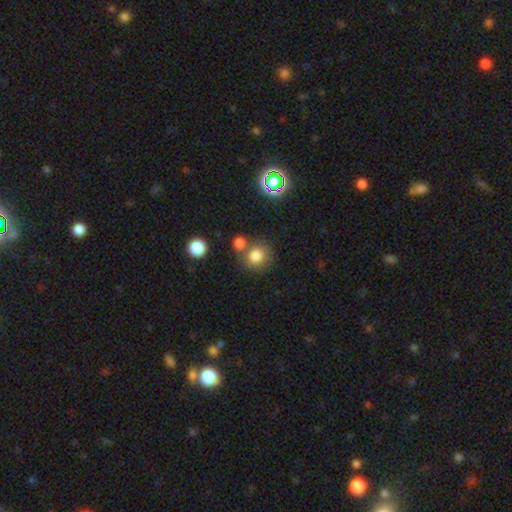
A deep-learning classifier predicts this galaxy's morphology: Smooth or featured?
  - smooth: 79% *
  - star or artifact: 13%
  - featured or disk: 8%
How rounded?
  - round: 85% *
  - in between: 14%
  - cigar-shaped: 1%
Merging?
  - none: 63% *
  - merger: 23%
  - minor disturbance: 11%
  - major disturbance: 4%